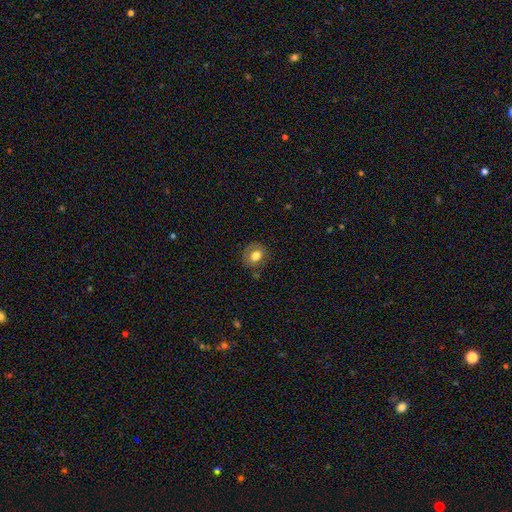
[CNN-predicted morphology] smooth 73%, featured or disk 18%, star or artifact 9%. Down the decision tree: how rounded — round (54%); merging — none (75%).